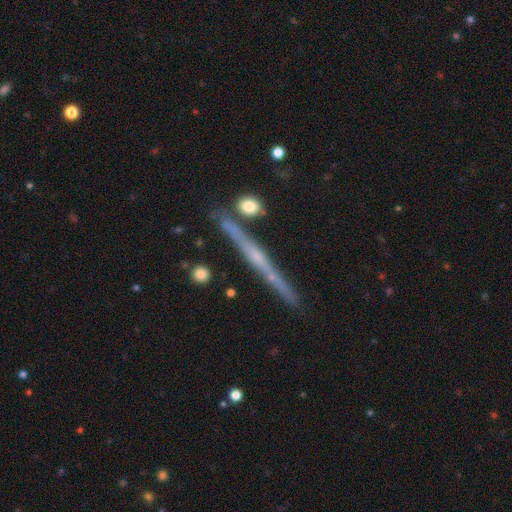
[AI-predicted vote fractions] Smooth or featured? featured or disk (76%)
Edge-on disk? yes (98%)
Edge-on bulge? rounded (52%)
Merging? none (85%)